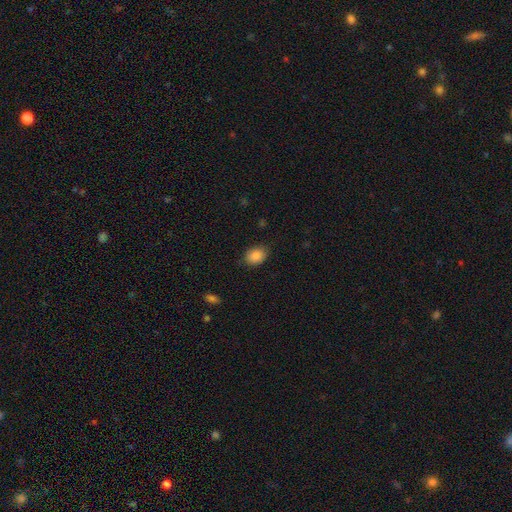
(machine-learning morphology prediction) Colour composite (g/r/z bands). It shows a smooth galaxy with no disk features (86%) that is in between round and cigar-shaped (67%). Merging: none (82%).